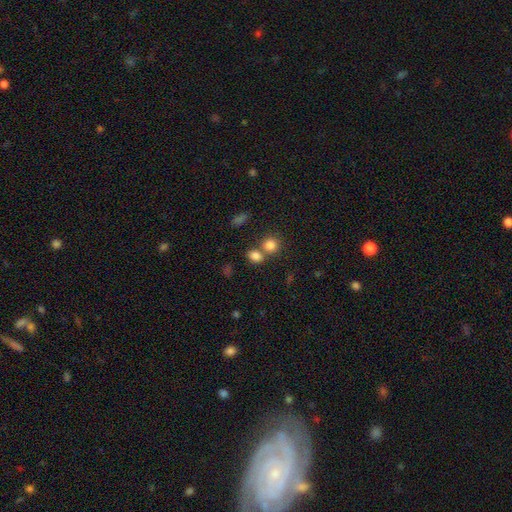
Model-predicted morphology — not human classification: type=smooth (81%); roundness=round (54%); merging=none (53%).